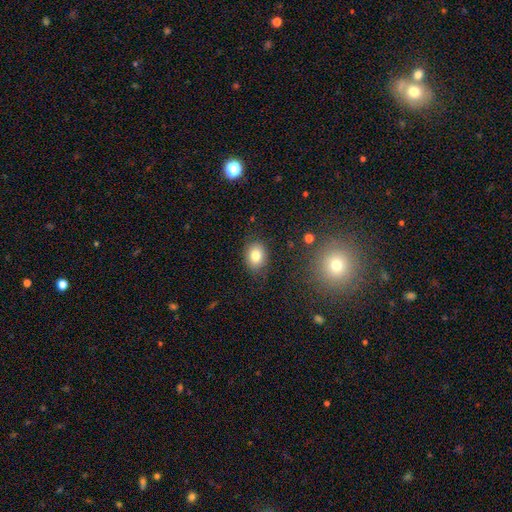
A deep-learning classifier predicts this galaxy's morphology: smooth_or_featured: smooth (p=0.81) [alt: star or artifact p=0.10]
how_rounded: in between (p=0.61) [alt: round p=0.38]
merging: none (p=0.83) [alt: minor disturbance p=0.13]